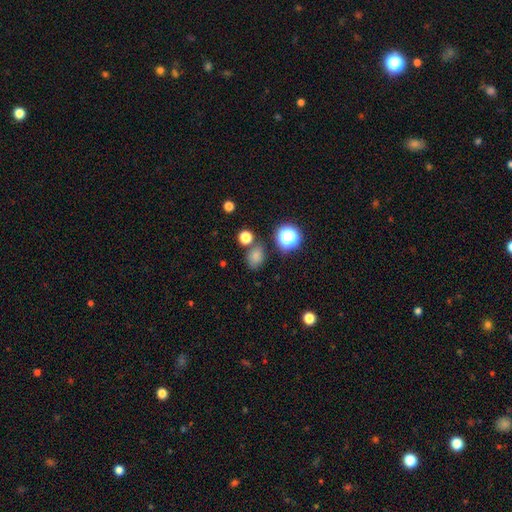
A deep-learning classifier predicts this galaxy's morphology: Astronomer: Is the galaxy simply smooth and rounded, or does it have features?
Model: smooth — 74%.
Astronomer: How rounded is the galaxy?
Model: in between — 59% (runner-up: round, 40%).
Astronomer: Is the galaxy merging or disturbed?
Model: none — 72%.